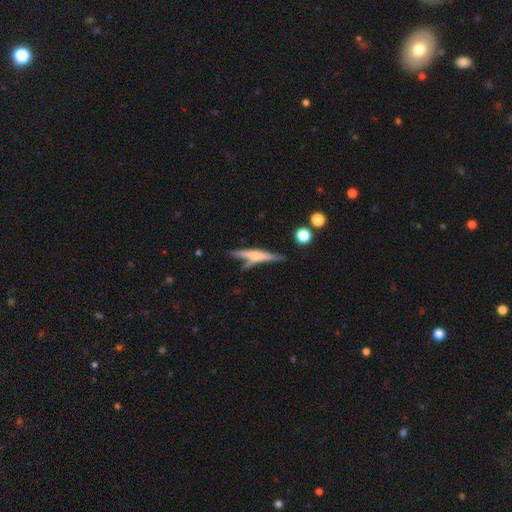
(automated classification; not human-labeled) Overall: featured or disk (53%; smooth 40%). Edge-on disk: yes (94%). Edge-on bulge: rounded (60%; none 29%). Merging: none (63%).